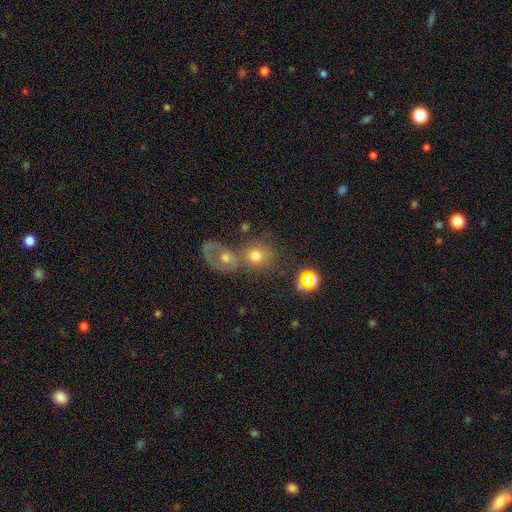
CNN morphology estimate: Smooth or featured? smooth (65%)
How rounded? round (73%)
Merging? merger (50%)